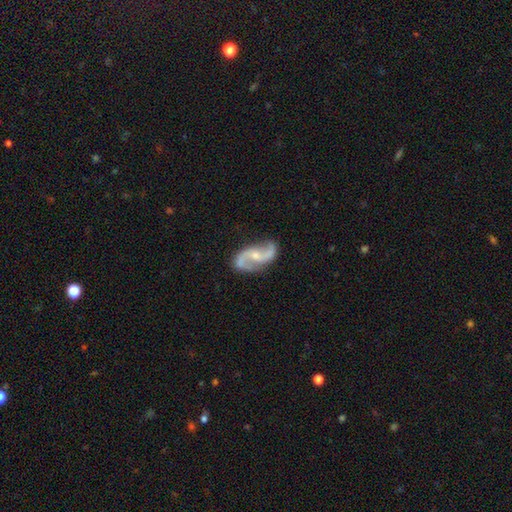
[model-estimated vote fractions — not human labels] Smooth or featured? Predicted: featured or disk (p=0.91). Edge-on disk? Predicted: no (p=0.97). Bar? Predicted: no (p=0.47). Spiral arms? Predicted: yes (p=0.97). Spiral winding? Predicted: loose (p=0.60). Spiral arm count? Predicted: 2 (p=0.94). Bulge size? Predicted: small (p=0.51). Merging? Predicted: none (p=0.79).